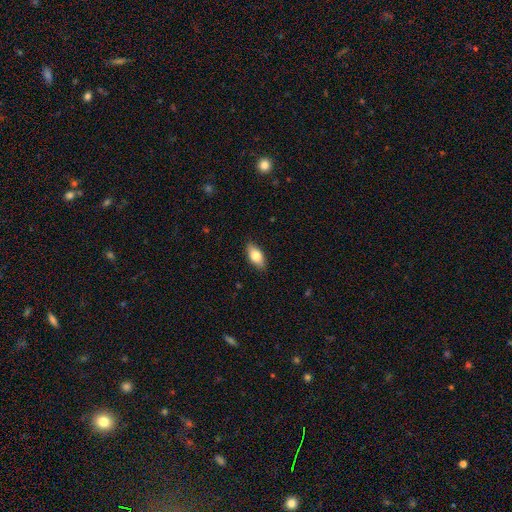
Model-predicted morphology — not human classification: This is likely a smooth galaxy (78%). How rounded: clearly in between (88%). Merging: clearly none (86%).